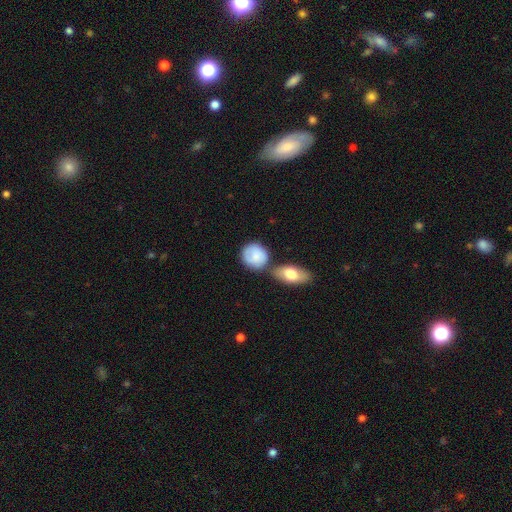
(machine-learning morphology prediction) type=smooth (76%); roundness=round (76%); merging=none (53%).